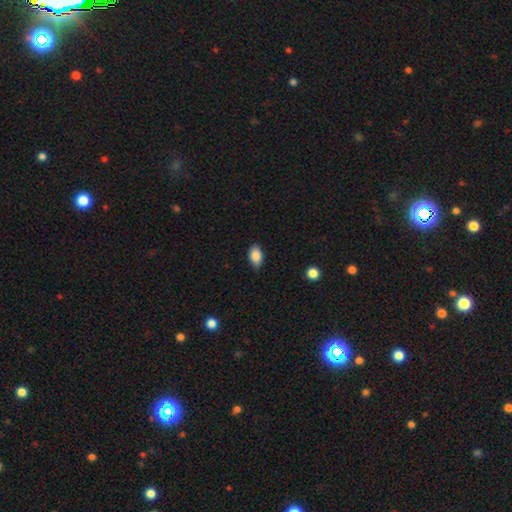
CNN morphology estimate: The model was most divided on "merging": none: 83%, minor disturbance: 14%, major disturbance: 2%, merger: 1%. More confident: how rounded — in between (91%); smooth or featured — smooth (87%).